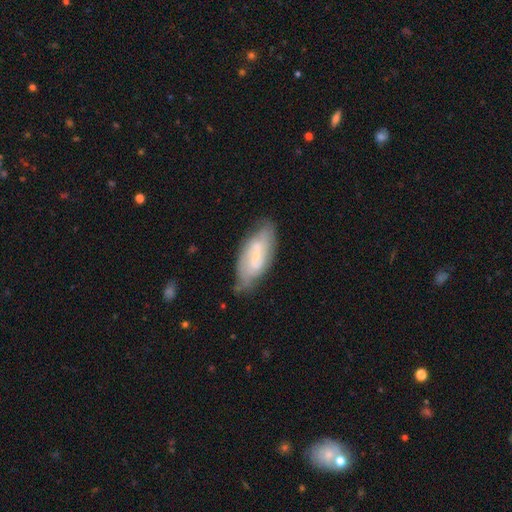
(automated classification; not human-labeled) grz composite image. It shows a featured or disk galaxy (64%) with a weak bar (45%), spiral arms (76%) and a small central bulge (67%). Merging: none (67%).